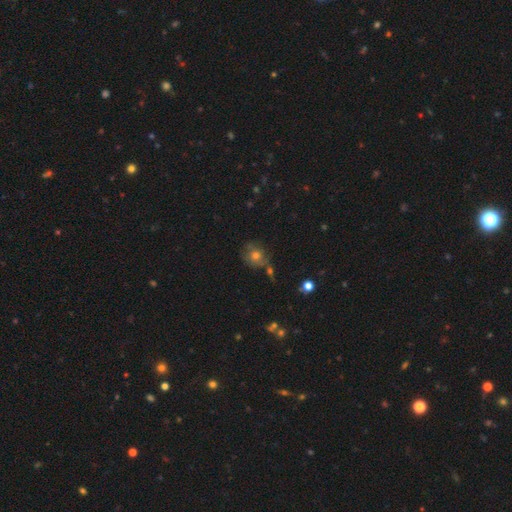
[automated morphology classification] This appears to be a smooth galaxy with no disk features (64%) that is round (76%). Merging: none (61%).